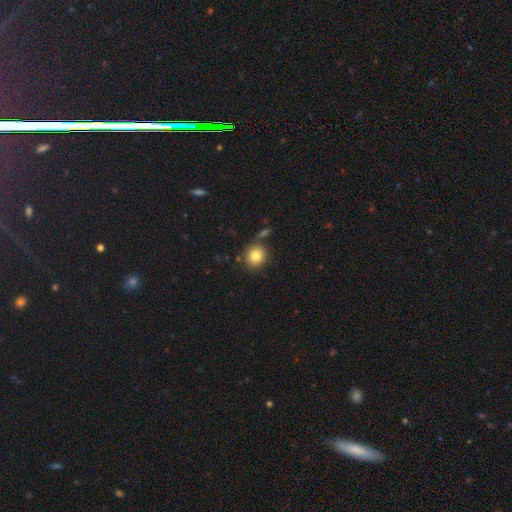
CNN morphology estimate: The model was most divided on "merging": none: 77%, minor disturbance: 10%, merger: 10%, major disturbance: 3%. More confident: how rounded — round (83%); smooth or featured — smooth (82%).